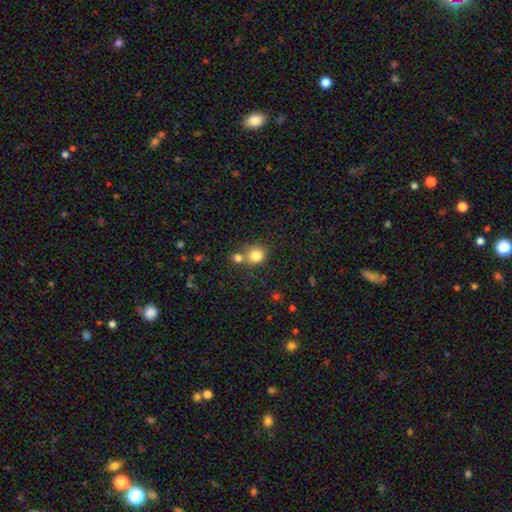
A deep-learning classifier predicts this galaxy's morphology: This is clearly a smooth galaxy (82%). How rounded: likely round (79%). Merging: possibly none (50%).